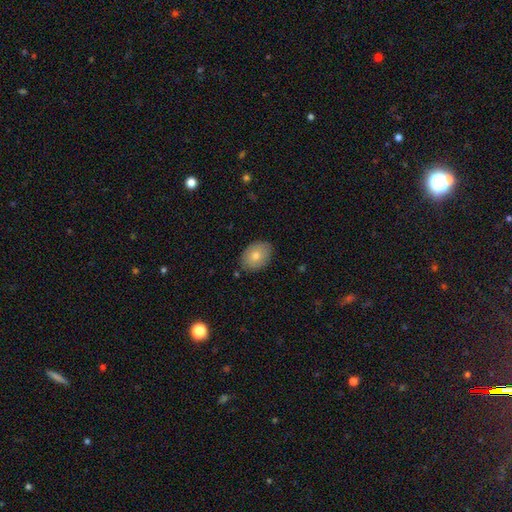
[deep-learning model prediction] smooth_or_featured: smooth (p=0.75) [alt: featured or disk p=0.16]
how_rounded: in between (p=0.76) [alt: round p=0.23]
merging: none (p=0.86) [alt: minor disturbance p=0.11]